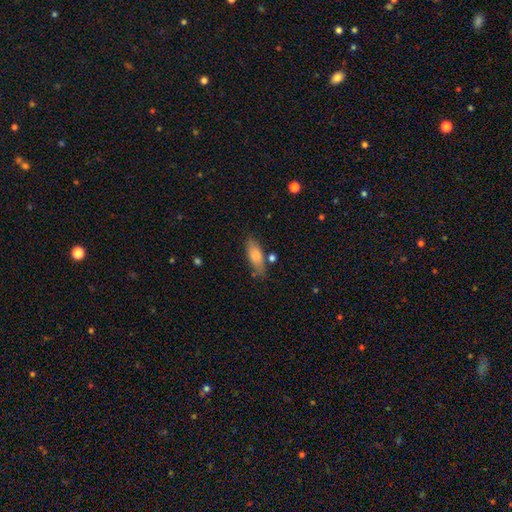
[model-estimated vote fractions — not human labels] Smooth or featured? smooth (78%)
How rounded? in between (71%)
Merging? none (71%)